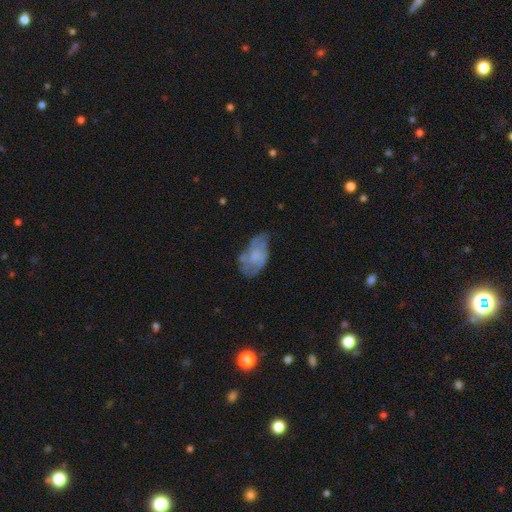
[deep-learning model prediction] smooth_or_featured: featured or disk (p=0.57) [alt: smooth p=0.35]
disk_edge_on: no (p=0.96) [alt: yes p=0.04]
bar: no (p=0.76) [alt: weak p=0.20]
has_spiral_arms: yes (p=0.58) [alt: no p=0.42]
bulge_size: none (p=0.49) [alt: small p=0.22]
merging: none (p=0.43) [alt: minor disturbance p=0.32]